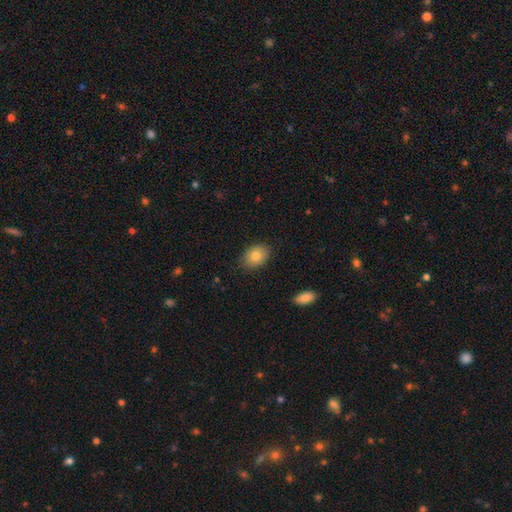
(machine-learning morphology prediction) Q: Smooth or featured?
A: smooth (83%); runner-up: featured or disk (10%)
Q: How rounded?
A: in between (72%); runner-up: round (27%)
Q: Merging?
A: none (83%); runner-up: minor disturbance (13%)